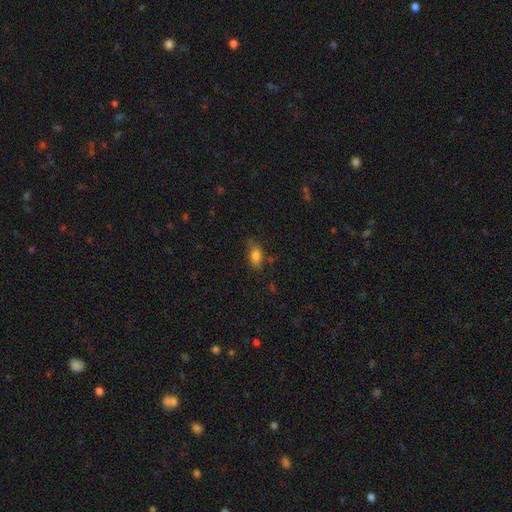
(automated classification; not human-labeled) This appears to be a smooth galaxy with no disk features (75%) that is in between round and cigar-shaped (81%). Merging: none (67%).